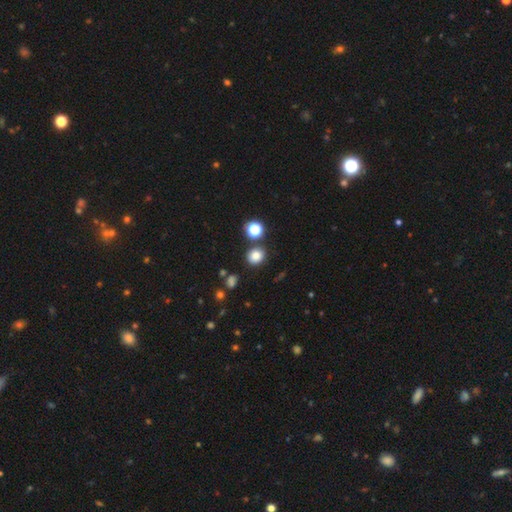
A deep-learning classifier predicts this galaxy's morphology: Smooth or featured? smooth (81%)
How rounded? round (74%)
Merging? none (82%)